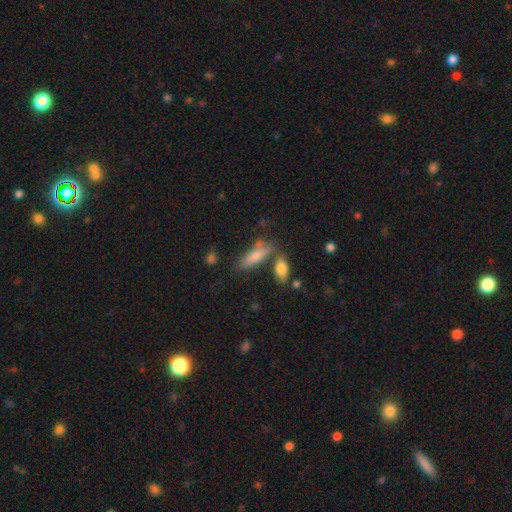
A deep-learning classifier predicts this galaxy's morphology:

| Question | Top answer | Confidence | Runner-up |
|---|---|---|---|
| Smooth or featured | smooth | 77% | featured or disk (16%) |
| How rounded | in between | 53% | cigar-shaped (45%) |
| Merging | none | 53% | merger (22%) |